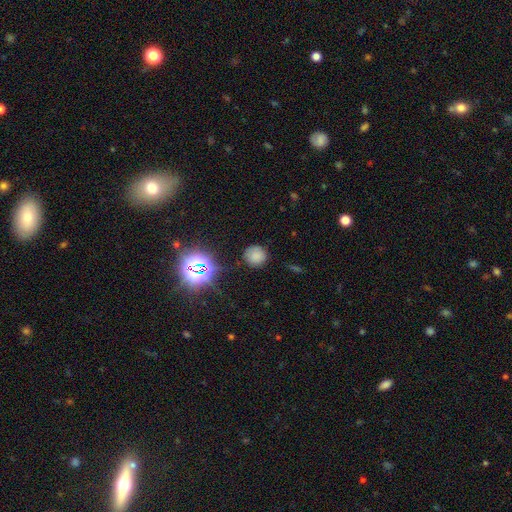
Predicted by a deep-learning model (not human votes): Smooth or featured? smooth (72%)
How rounded? round (91%)
Merging? none (81%)